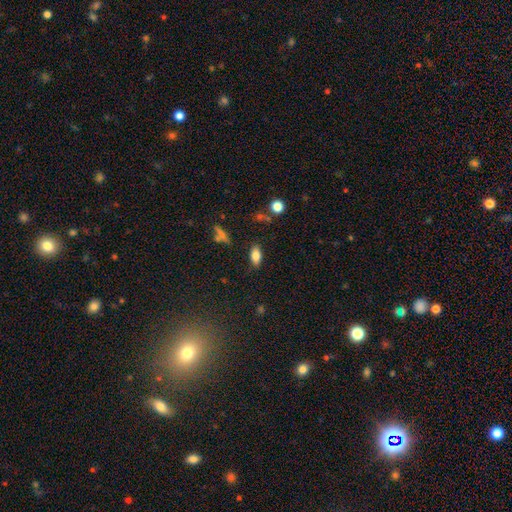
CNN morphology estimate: smooth_or_featured: smooth (p=0.82) [alt: star or artifact p=0.10]
how_rounded: in between (p=0.89) [alt: round p=0.05]
merging: none (p=0.83) [alt: minor disturbance p=0.12]